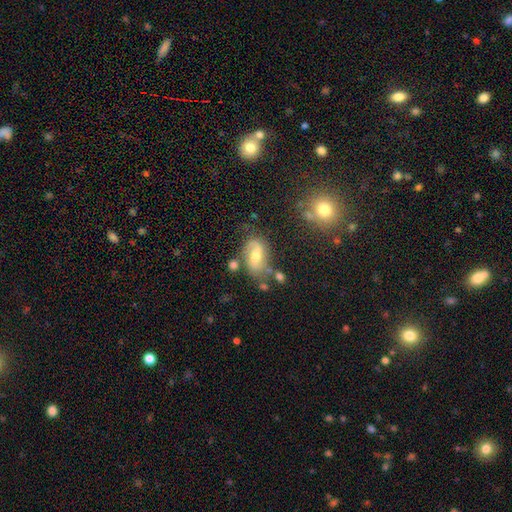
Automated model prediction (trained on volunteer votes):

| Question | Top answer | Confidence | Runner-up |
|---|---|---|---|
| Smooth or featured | featured or disk | 68% | smooth (23%) |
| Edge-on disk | no | 96% | yes (4%) |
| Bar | weak | 45% | no (34%) |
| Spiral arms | yes | 87% | no (13%) |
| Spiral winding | medium | 42% | loose (38%) |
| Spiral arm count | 2 | 81% | can't tell (8%) |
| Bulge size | moderate | 69% | small (22%) |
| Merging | none | 61% | minor disturbance (21%) |